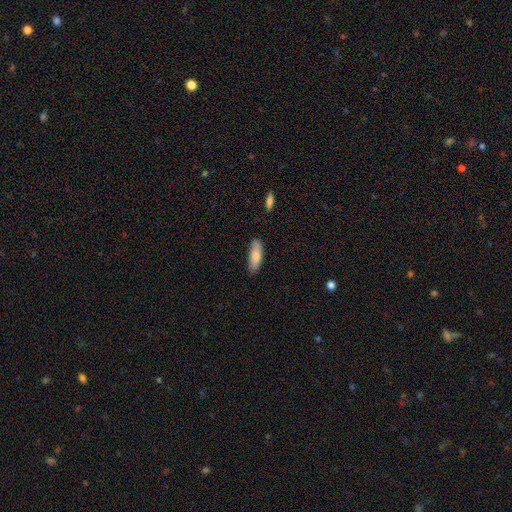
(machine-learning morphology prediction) This is clearly a smooth galaxy (80%). How rounded: likely in between (62%). Merging: likely none (71%).